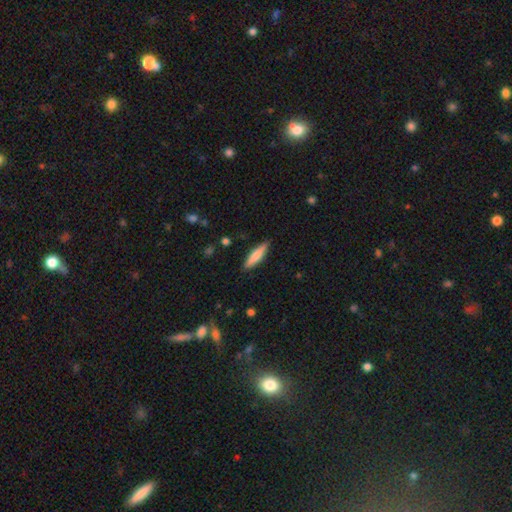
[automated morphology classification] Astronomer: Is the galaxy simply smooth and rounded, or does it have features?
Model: smooth — 73%.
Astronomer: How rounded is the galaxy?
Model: cigar-shaped — 78%.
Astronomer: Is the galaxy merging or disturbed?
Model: none — 88%.